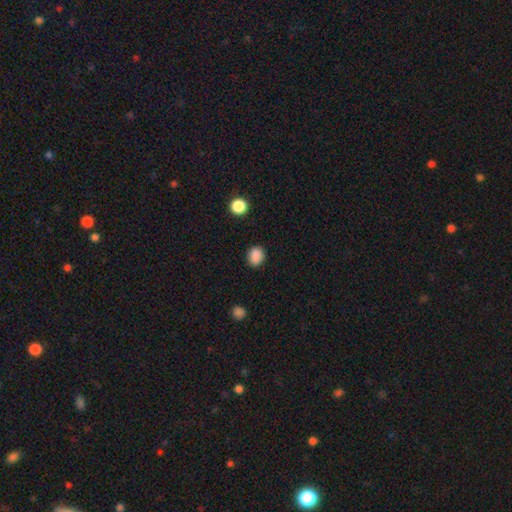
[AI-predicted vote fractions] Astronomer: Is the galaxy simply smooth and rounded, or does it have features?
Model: smooth — 87%.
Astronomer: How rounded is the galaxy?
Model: round — 57% (runner-up: in between, 42%).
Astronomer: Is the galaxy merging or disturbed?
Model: none — 87%.